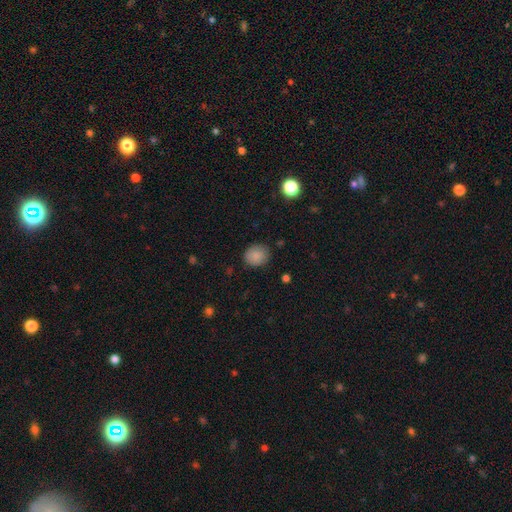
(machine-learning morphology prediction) This is clearly a smooth galaxy (86%). How rounded: likely round (77%). Merging: clearly none (84%).